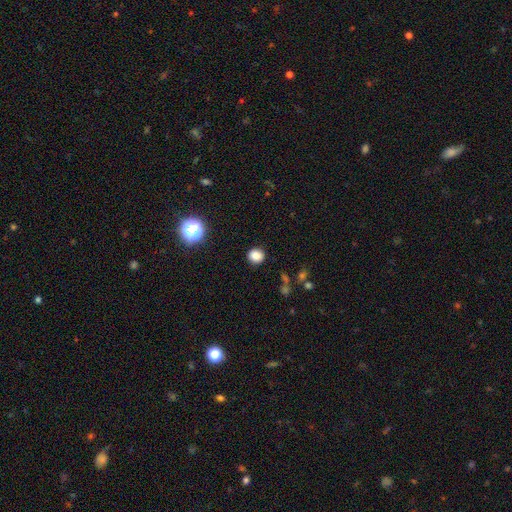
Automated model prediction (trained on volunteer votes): smooth 84%, star or artifact 12%, featured or disk 4%. Down the decision tree: how rounded — round (81%); merging — none (89%).